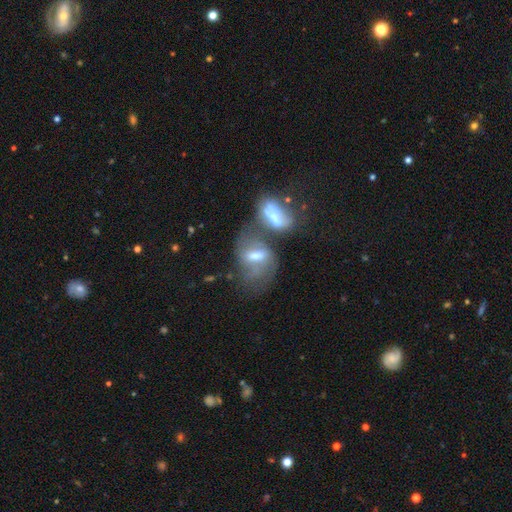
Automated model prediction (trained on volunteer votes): A featured or disk galaxy (51%).

Vote fractions:
- Smooth or featured? featured or disk: 51% / smooth: 38% / star or artifact: 11%
- Edge-on disk? no: 91% / yes: 9%
- Merging? merger: 50% / none: 22% / major disturbance: 16% / minor disturbance: 13%